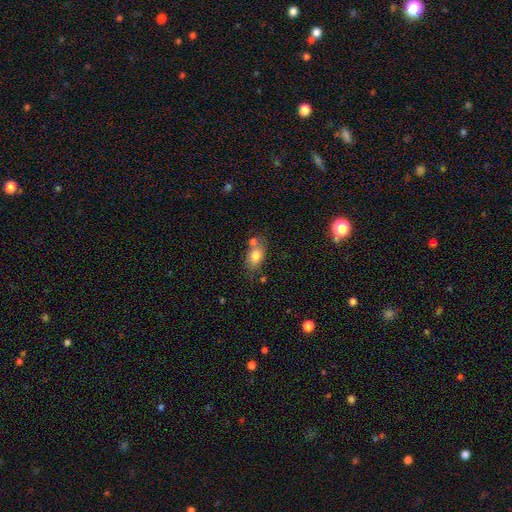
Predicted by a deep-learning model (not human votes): Smooth or featured: smooth — 79% (featured or disk — 12%)
How rounded: in between — 82% (round — 15%)
Merging: none — 57% (merger — 23%)